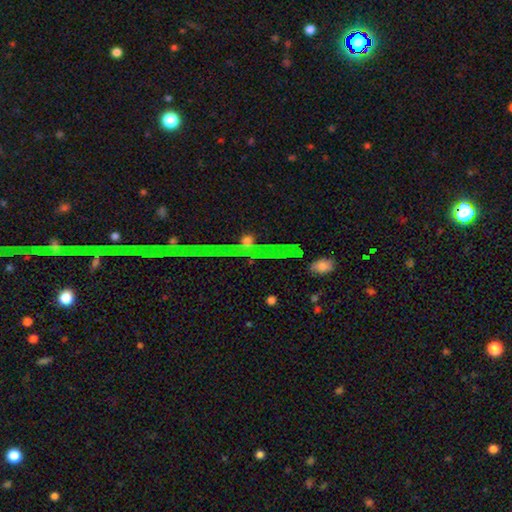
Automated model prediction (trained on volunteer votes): Smooth or featured? Predicted: star or artifact (p=0.63).